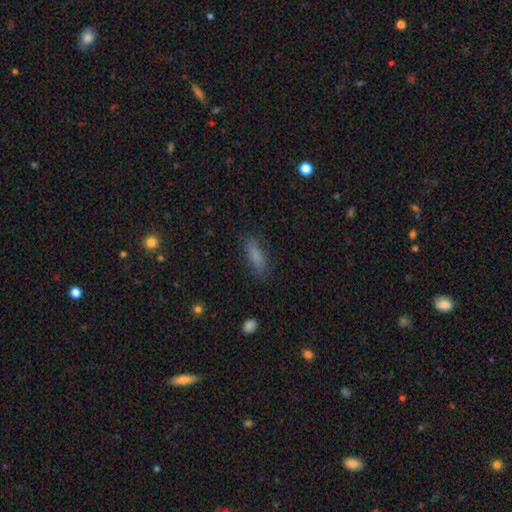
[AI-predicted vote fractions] Overall: smooth (79%). How rounded: cigar-shaped (51%; in between 47%). Merging: none (82%).